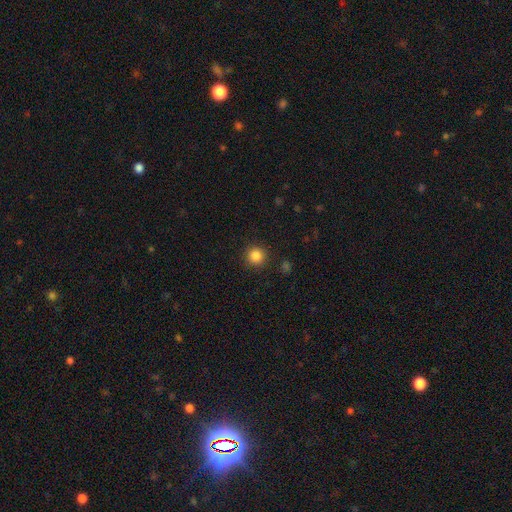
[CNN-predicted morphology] Overall: smooth (85%). How rounded: round (95%). Merging: none (91%).